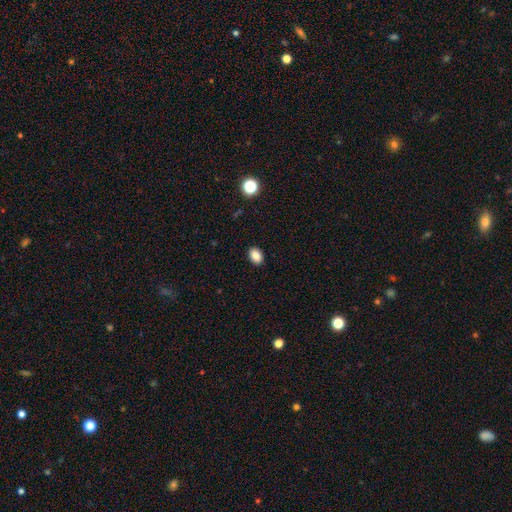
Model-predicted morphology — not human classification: Smooth or featured: smooth — 87% (star or artifact — 9%)
How rounded: in between — 78% (round — 21%)
Merging: none — 90% (minor disturbance — 7%)